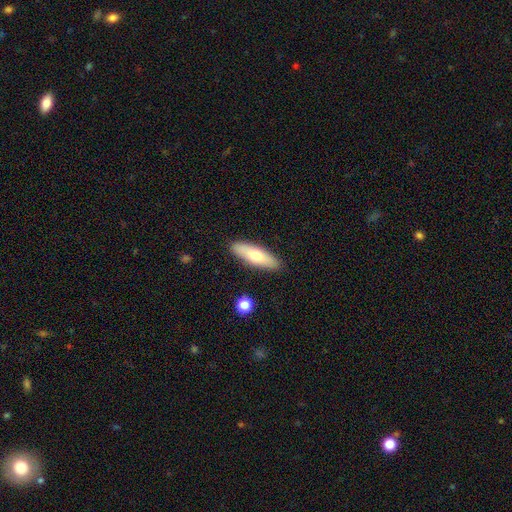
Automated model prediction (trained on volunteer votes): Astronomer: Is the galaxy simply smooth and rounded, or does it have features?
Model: smooth — 64%.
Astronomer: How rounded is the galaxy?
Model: cigar-shaped — 51% (runner-up: in between, 47%).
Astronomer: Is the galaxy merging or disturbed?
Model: none — 88%.